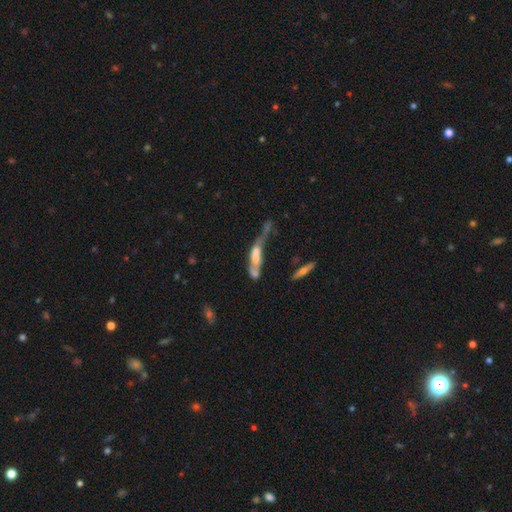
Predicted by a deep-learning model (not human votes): Smooth or featured: featured or disk — 47% (smooth — 42%)
Merging: major disturbance — 37% (merger — 36%)